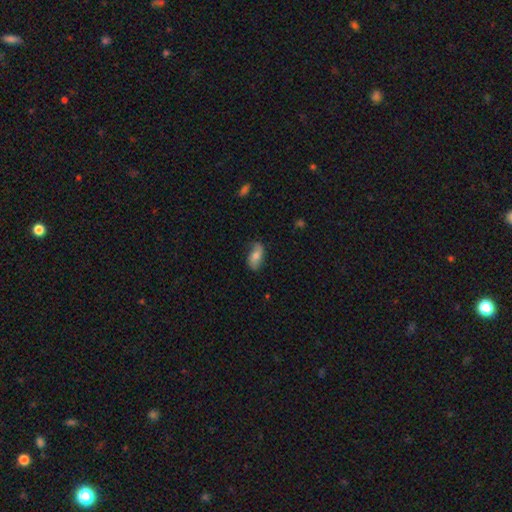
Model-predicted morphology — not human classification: This appears to be a smooth galaxy with no disk features (63%) that is in between round and cigar-shaped (90%). Merging: none (69%).